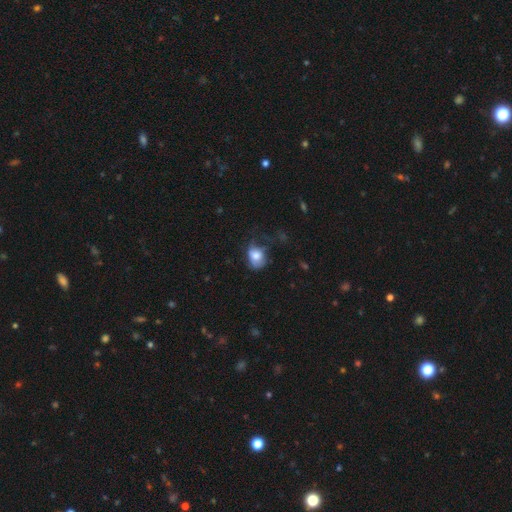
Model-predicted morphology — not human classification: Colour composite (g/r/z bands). It shows a smooth galaxy with no disk features (73%) that is in between round and cigar-shaped (56%). Merging: none (34%).